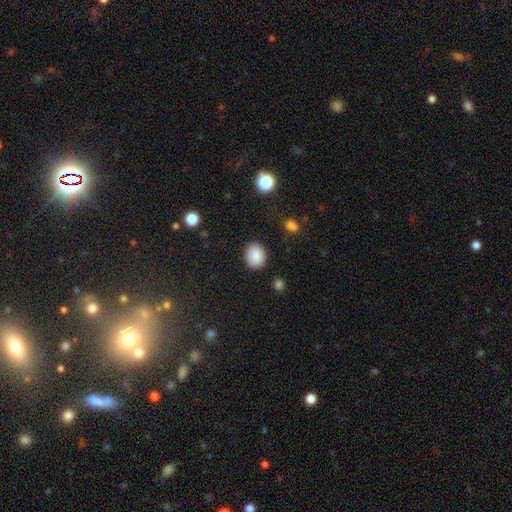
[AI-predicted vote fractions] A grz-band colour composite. It shows a smooth galaxy with no disk features (86%) that is in between round and cigar-shaped (52%). Merging: none (86%).